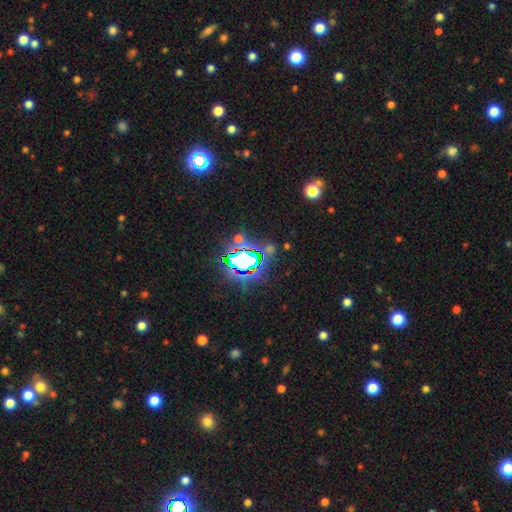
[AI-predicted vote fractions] This appears to be a star or artifact, not a galaxy (83%).